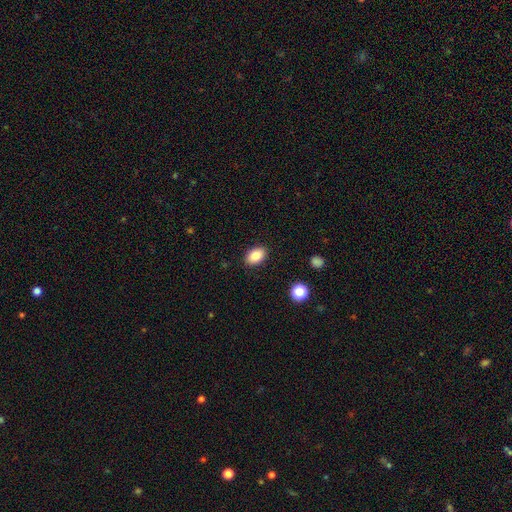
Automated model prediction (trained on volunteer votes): Smooth or featured? smooth (85%)
How rounded? in between (85%)
Merging? none (88%)